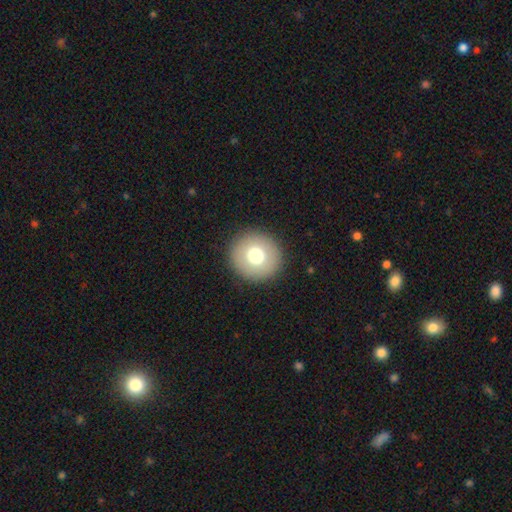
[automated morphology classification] Overall: smooth (74%). How rounded: round (95%). Merging: none (92%).